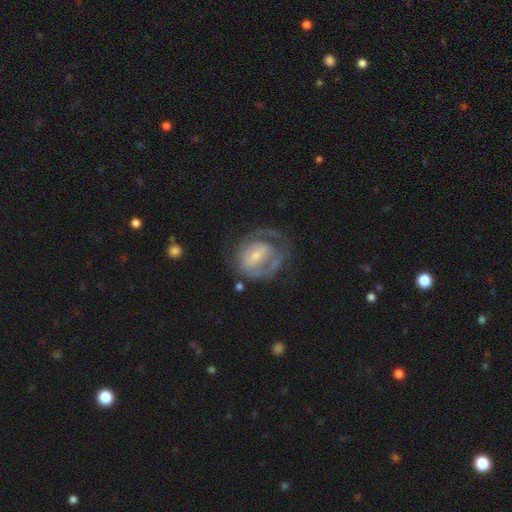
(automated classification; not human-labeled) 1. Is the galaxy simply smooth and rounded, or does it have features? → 74% featured or disk, 20% smooth, 6% star or artifact.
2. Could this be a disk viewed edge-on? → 97% no, 3% yes.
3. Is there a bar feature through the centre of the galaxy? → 49% weak, 30% no, 21% strong.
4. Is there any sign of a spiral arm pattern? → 74% yes, 26% no.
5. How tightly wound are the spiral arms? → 53% tight, 34% medium, 14% loose.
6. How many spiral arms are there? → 36% 2, 31% can't tell, 23% 1, 6% 3, 2% 4, 2% more than 4.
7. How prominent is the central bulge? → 58% small, 33% moderate, 4% none, 3% large, 1% dominant.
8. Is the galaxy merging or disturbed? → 48% none, 27% major disturbance, 22% minor disturbance, 3% merger.